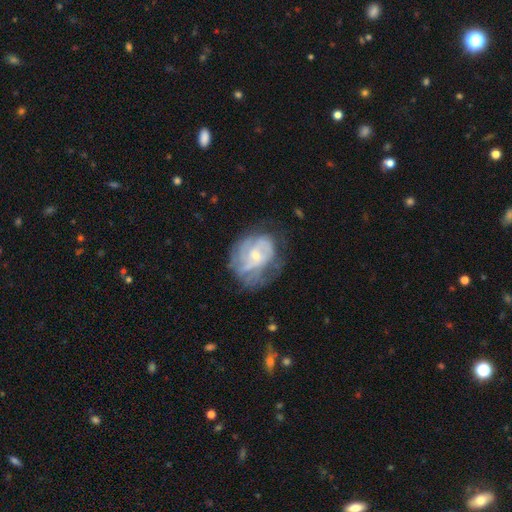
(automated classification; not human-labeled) A featured or disk galaxy (76%) with no bar (64%), tight (51%) spiral arms (84%) and a small central bulge (65%).

Vote fractions:
- Smooth or featured? featured or disk: 76% / smooth: 17% / star or artifact: 7%
- Edge-on disk? no: 97% / yes: 3%
- Bar? no: 64% / weak: 31% / strong: 5%
- Spiral arms? yes: 84% / no: 16%
- Spiral winding? tight: 51% / medium: 36% / loose: 13%
- Spiral arm count? can't tell: 44% / 2: 21% / 3: 17% / 4: 9% / 1: 5% / more than 4: 4%
- Bulge size? small: 65% / moderate: 30% / none: 3% / large: 2% / dominant: 1%
- Merging? none: 54% / minor disturbance: 25% / major disturbance: 19% / merger: 2%